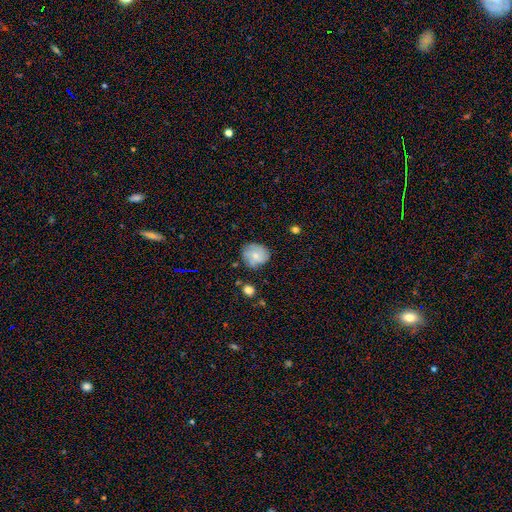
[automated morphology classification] smooth-or-featured: smooth: 52% | featured or disk: 39% | star or artifact: 9%
  how-rounded: round: 75% | in between: 24% | cigar-shaped: 1%
  merging: none: 71% | minor disturbance: 21% | major disturbance: 6% | merger: 3%